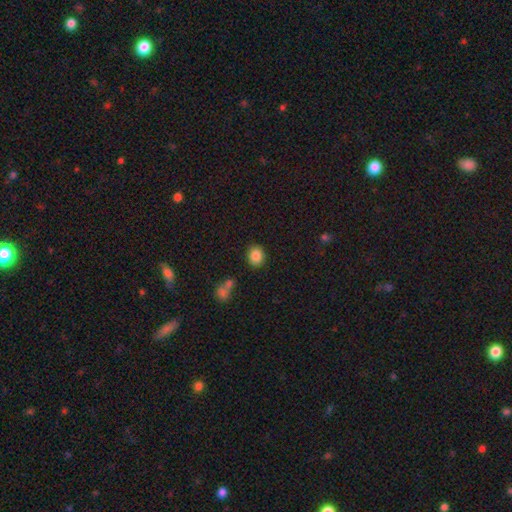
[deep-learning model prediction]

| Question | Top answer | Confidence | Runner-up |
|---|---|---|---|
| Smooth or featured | smooth | 85% | star or artifact (9%) |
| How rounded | round | 64% | in between (35%) |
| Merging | none | 85% | minor disturbance (9%) |